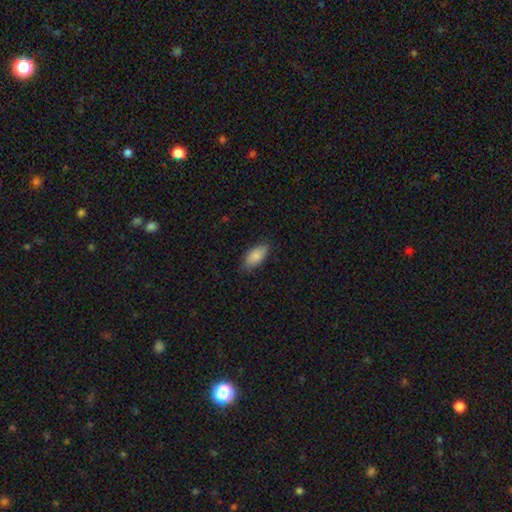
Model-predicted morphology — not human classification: A smooth galaxy with no disk features (85%) that is in between round and cigar-shaped (91%). Merging: none (81%).